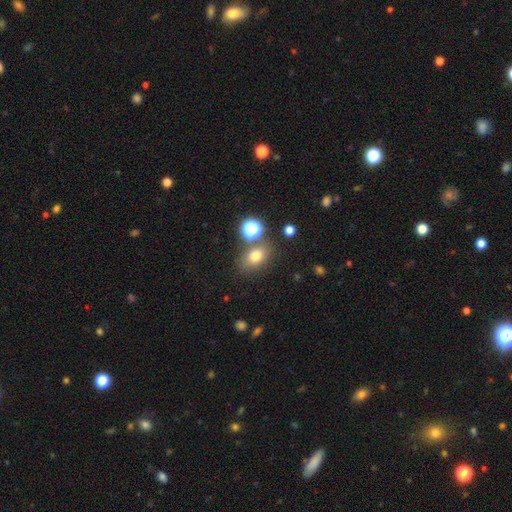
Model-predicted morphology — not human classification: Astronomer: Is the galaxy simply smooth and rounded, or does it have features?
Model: smooth — 75%.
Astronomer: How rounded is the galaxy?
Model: in between — 68%.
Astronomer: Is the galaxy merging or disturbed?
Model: none — 70%.